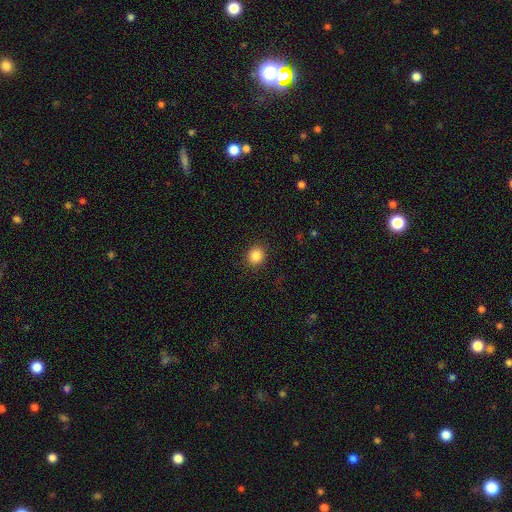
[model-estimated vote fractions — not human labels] The model was most divided on "how rounded": round: 81%, in between: 18%, cigar-shaped: 1%. More confident: merging — none (90%); smooth or featured — smooth (86%).